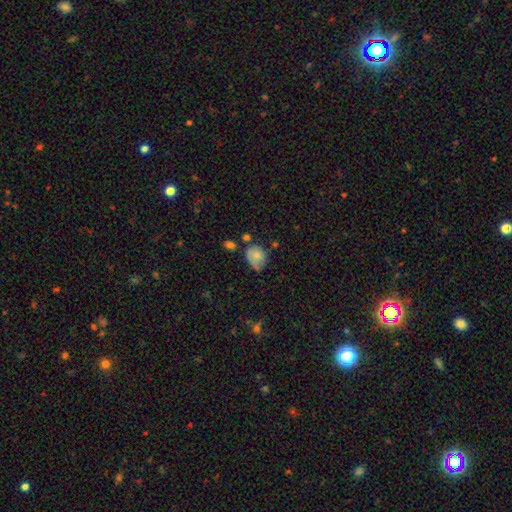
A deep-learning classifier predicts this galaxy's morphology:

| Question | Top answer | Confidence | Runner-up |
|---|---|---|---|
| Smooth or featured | smooth | 70% | featured or disk (21%) |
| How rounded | in between | 51% | round (48%) |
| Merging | minor disturbance | 39% | none (38%) |